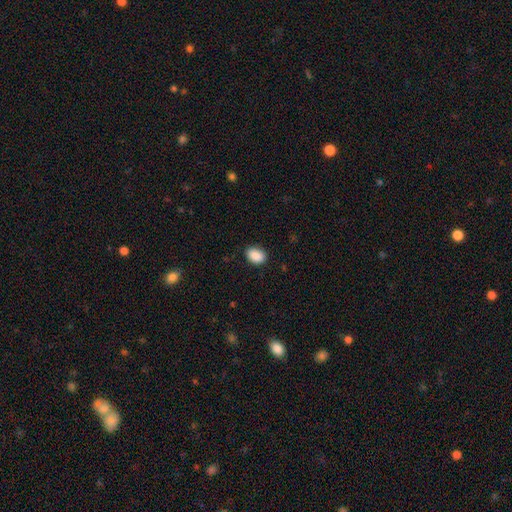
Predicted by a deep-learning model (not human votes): Overall: smooth (90%). How rounded: in between (79%). Merging: none (87%).